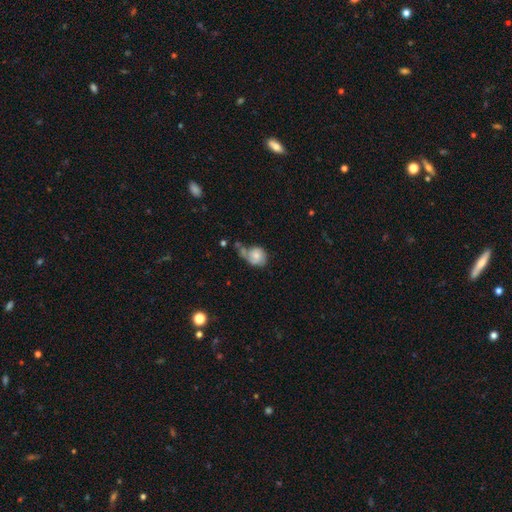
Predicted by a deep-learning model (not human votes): Smooth or featured? Predicted: smooth (p=0.47). Merging? Predicted: none (p=0.29).